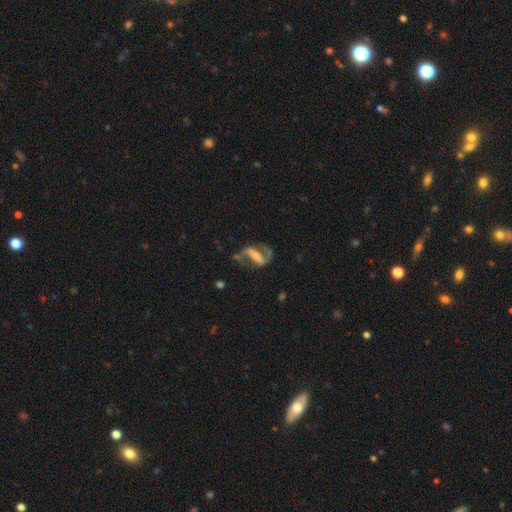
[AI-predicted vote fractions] smooth-or-featured: featured or disk: 84% | smooth: 10% | star or artifact: 6%
  disk-edge-on: no: 95% | yes: 5%
    bar: strong: 65% | weak: 23% | no: 11%
    has-spiral-arms: yes: 91% | no: 9%
      spiral-winding: loose: 45% | medium: 44% | tight: 11%
      spiral-arm-count: 2: 89% | 1: 5% | can't tell: 3% | 3: 1% | 4: 1% | more than 4: 1%
    bulge-size: small: 41% | moderate: 29% | none: 20% | large: 8% | dominant: 2%
  merging: none: 59% | major disturbance: 20% | minor disturbance: 17% | merger: 4%